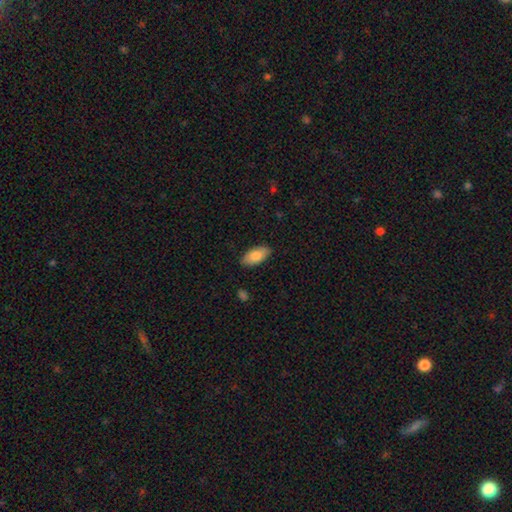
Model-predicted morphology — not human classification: smooth 82%, featured or disk 12%, star or artifact 6%. Down the decision tree: how rounded — in between (94%); merging — none (88%).